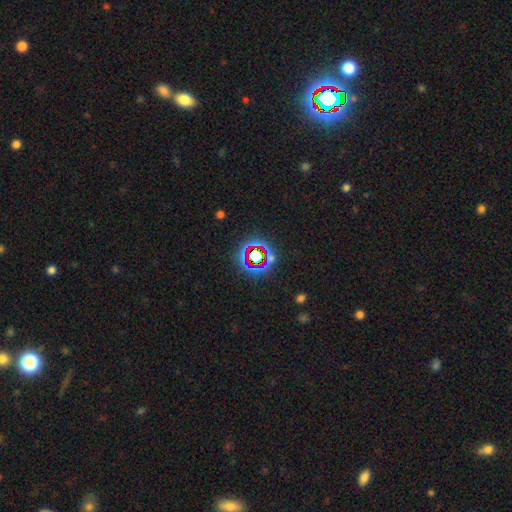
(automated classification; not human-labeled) Overall: star or artifact (70%).